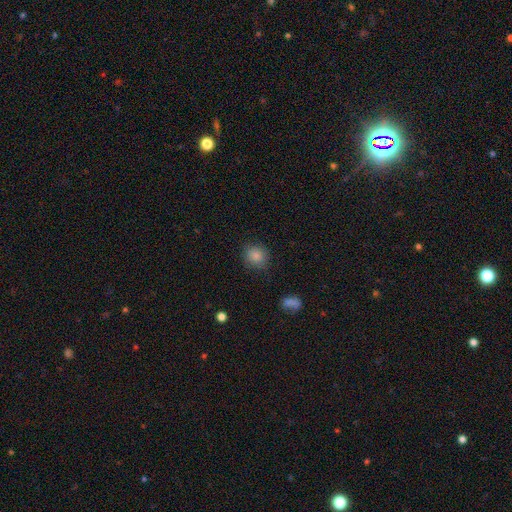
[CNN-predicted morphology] Smooth or featured: smooth — 85% (star or artifact — 10%)
How rounded: round — 82% (in between — 17%)
Merging: none — 84% (minor disturbance — 11%)